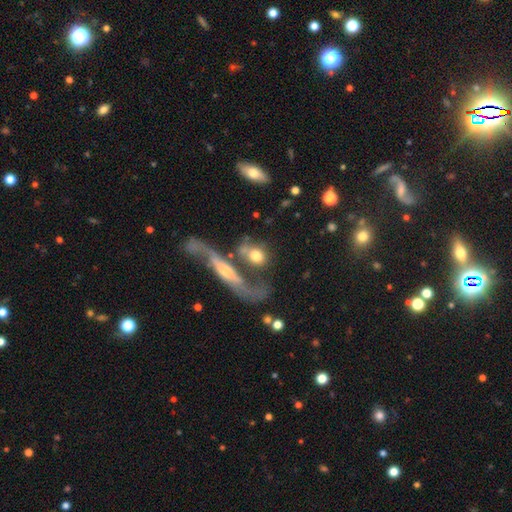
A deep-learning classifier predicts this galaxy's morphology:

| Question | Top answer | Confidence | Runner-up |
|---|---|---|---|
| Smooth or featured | smooth | 58% | featured or disk (34%) |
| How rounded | round | 45% | tied: in between (45%) |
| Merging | merger | 42% | none (31%) |